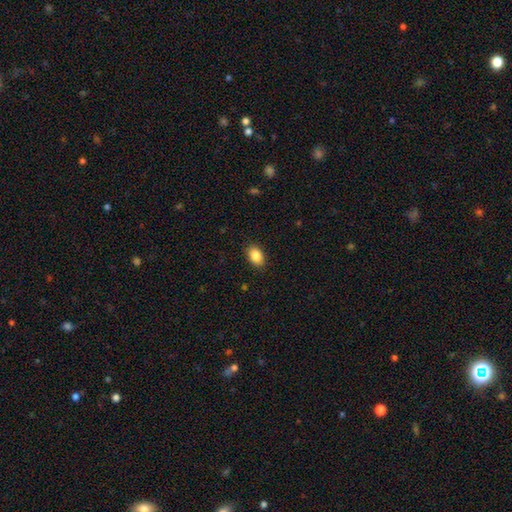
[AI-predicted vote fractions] This appears to be a smooth galaxy with no disk features (87%) that is in between round and cigar-shaped (85%). Merging: none (89%).